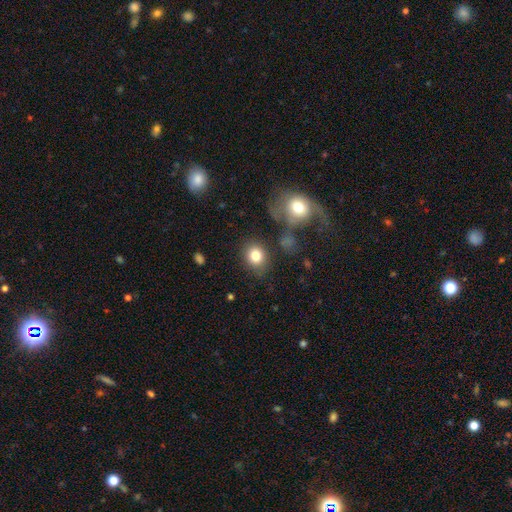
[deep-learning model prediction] Overall: smooth (82%). How rounded: round (68%; in between 31%). Merging: none (77%).